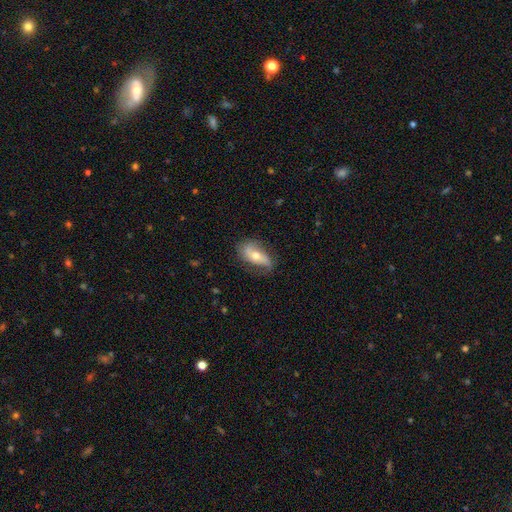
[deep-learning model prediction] smooth_or_featured: featured or disk (p=0.57) [alt: smooth p=0.36]
disk_edge_on: no (p=0.85) [alt: yes p=0.15]
merging: none (p=0.68) [alt: minor disturbance p=0.23]